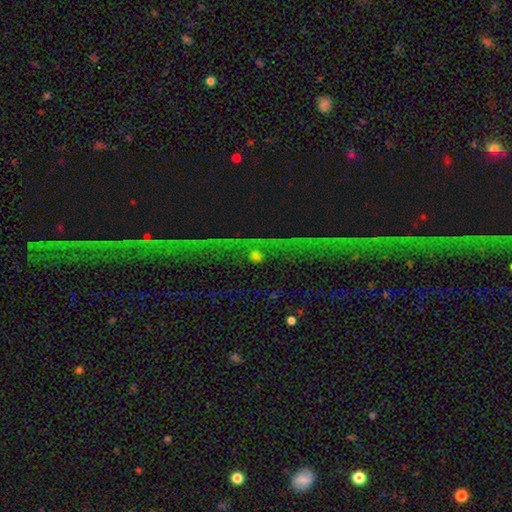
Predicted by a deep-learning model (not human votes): Smooth or featured?
  - star or artifact: 59% *
  - smooth: 26%
  - featured or disk: 15%